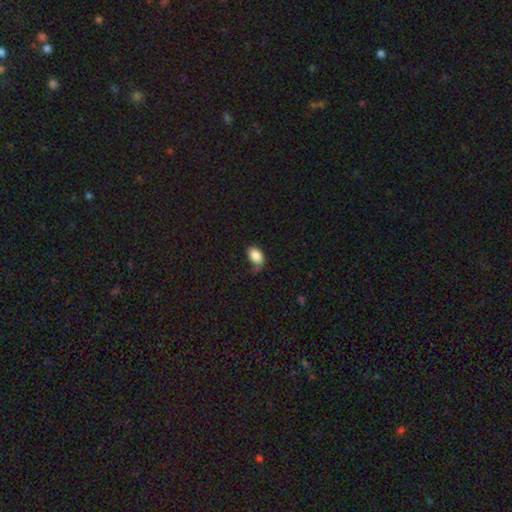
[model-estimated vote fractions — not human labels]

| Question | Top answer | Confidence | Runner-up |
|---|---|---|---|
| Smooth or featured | smooth | 86% | star or artifact (7%) |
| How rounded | in between | 89% | round (10%) |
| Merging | none | 48% | minor disturbance (32%) |